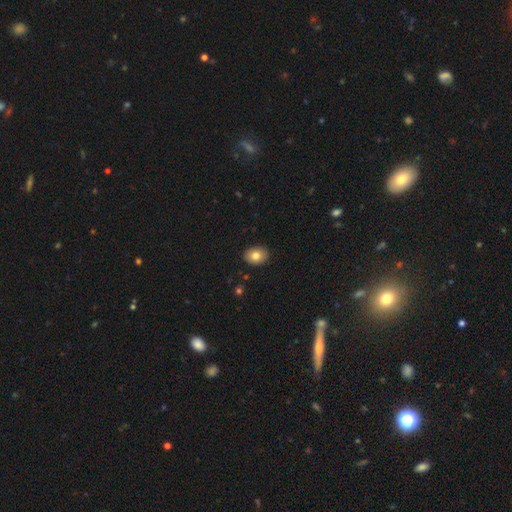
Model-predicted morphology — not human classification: This is likely a smooth galaxy (80%). How rounded: likely in between (67%). Merging: clearly none (89%).